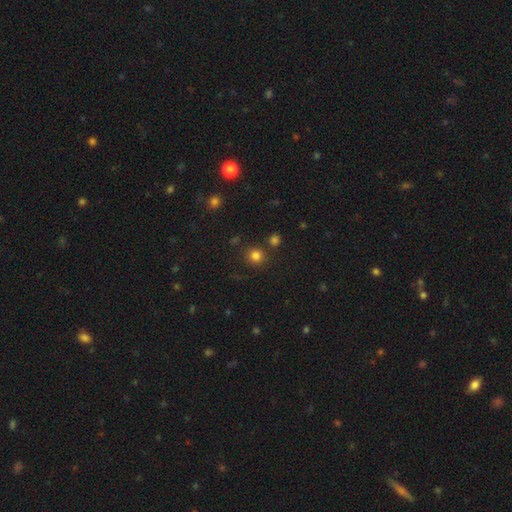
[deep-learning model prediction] This is likely a smooth galaxy (80%). How rounded: clearly round (90%). Merging: clearly none (81%).